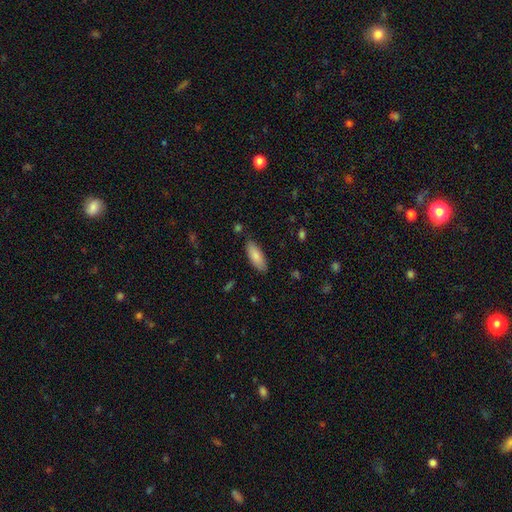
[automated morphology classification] This appears to be a smooth galaxy with no disk features (84%) that is in between round and cigar-shaped (76%). Merging: none (84%).